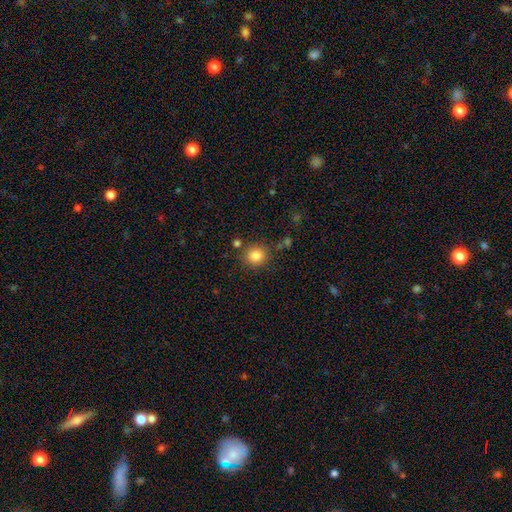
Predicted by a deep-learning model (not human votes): A smooth galaxy with no disk features (84%) that is round (85%).

Vote fractions:
- Smooth or featured? smooth: 84% / star or artifact: 11% / featured or disk: 5%
- How rounded? round: 85% / in between: 14% / cigar-shaped: 1%
- Merging? none: 82% / minor disturbance: 9% / merger: 5% / major disturbance: 3%